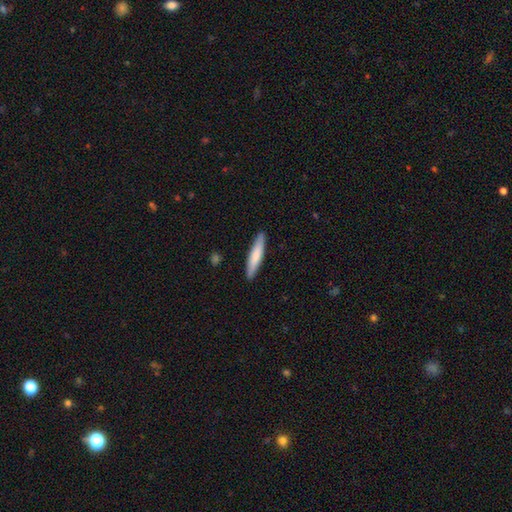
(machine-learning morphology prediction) Overall: smooth (74%). How rounded: cigar-shaped (89%). Merging: none (90%).